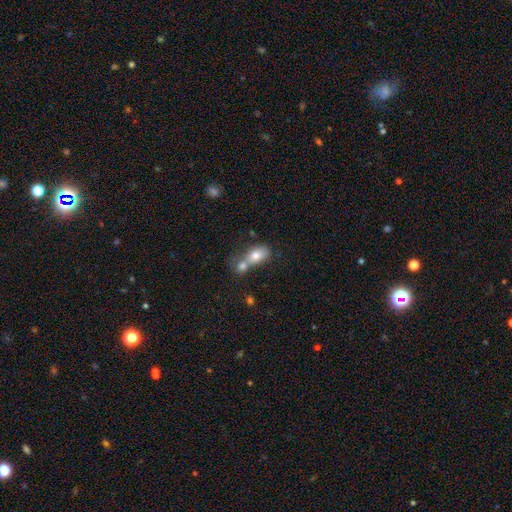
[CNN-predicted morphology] type=smooth (75%); roundness=in between (77%); merging=merger (64%).